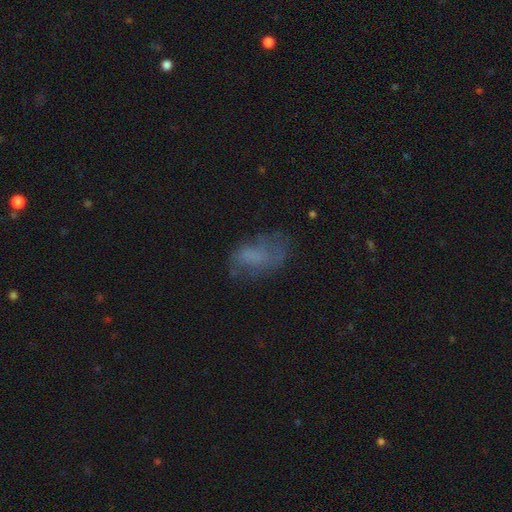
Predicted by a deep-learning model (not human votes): Smooth or featured? smooth (53%)
How rounded? in between (88%)
Merging? none (47%)